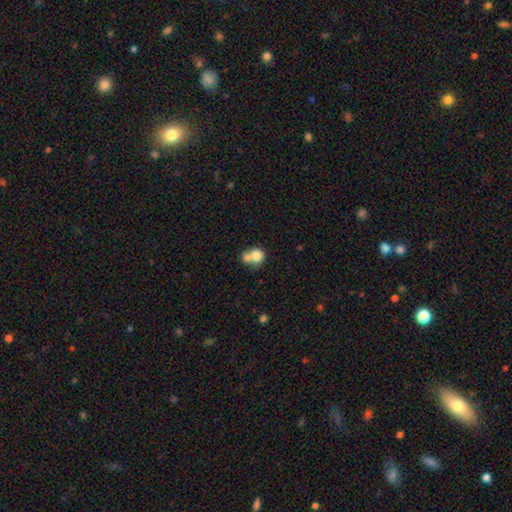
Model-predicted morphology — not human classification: smooth_or_featured: smooth (p=0.76) [alt: featured or disk p=0.15]
how_rounded: round (p=0.67) [alt: in between p=0.32]
merging: merger (p=0.60) [alt: none p=0.27]